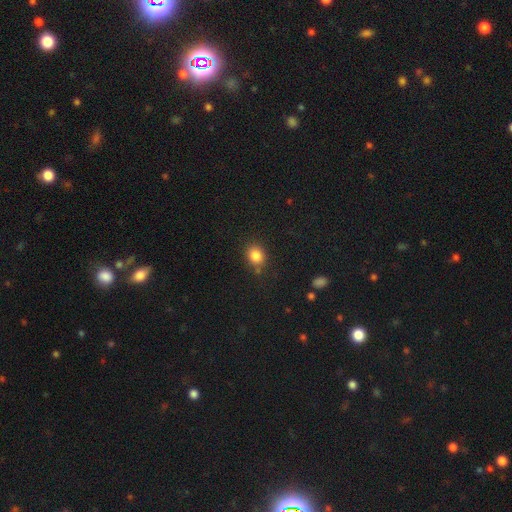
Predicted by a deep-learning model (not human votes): Smooth or featured?
  - smooth: 84% *
  - star or artifact: 11%
  - featured or disk: 5%
How rounded?
  - round: 62% *
  - in between: 37%
  - cigar-shaped: 1%
Merging?
  - none: 78% *
  - minor disturbance: 14%
  - merger: 5%
  - major disturbance: 4%